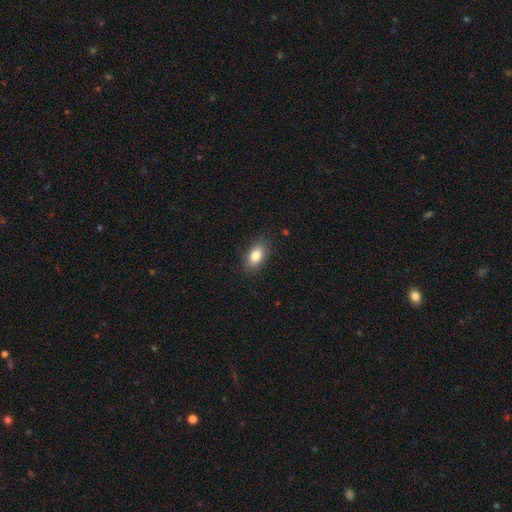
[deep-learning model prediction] Smooth or featured: smooth — 83% (featured or disk — 9%)
How rounded: in between — 88% (round — 8%)
Merging: none — 85% (minor disturbance — 11%)